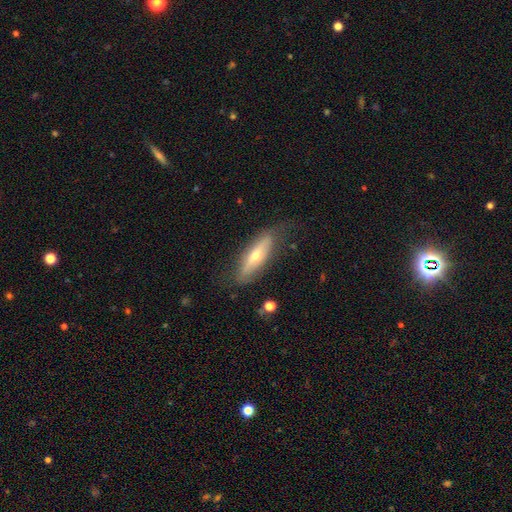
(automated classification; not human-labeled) This is possibly a featured or disk galaxy (54%). It is likely viewed edge-on (72%). Merging: likely none (75%).